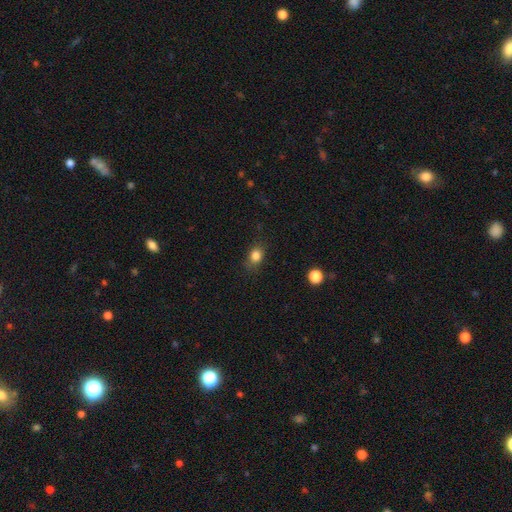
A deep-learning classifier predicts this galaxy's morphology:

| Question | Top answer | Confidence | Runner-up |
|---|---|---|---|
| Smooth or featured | smooth | 83% | star or artifact (11%) |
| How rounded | in between | 53% | round (46%) |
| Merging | none | 77% | minor disturbance (17%) |